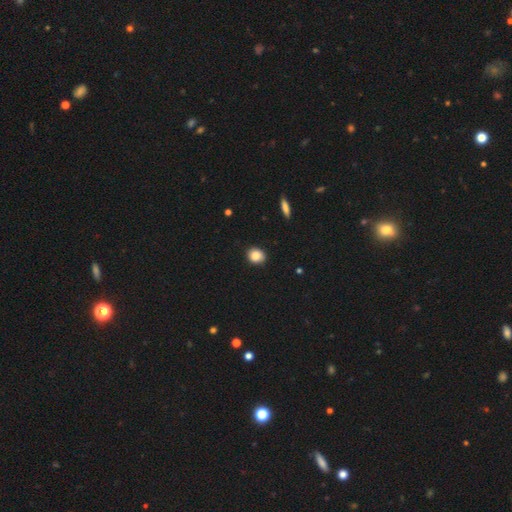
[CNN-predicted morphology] Smooth or featured? smooth (87%)
How rounded? round (71%)
Merging? none (87%)